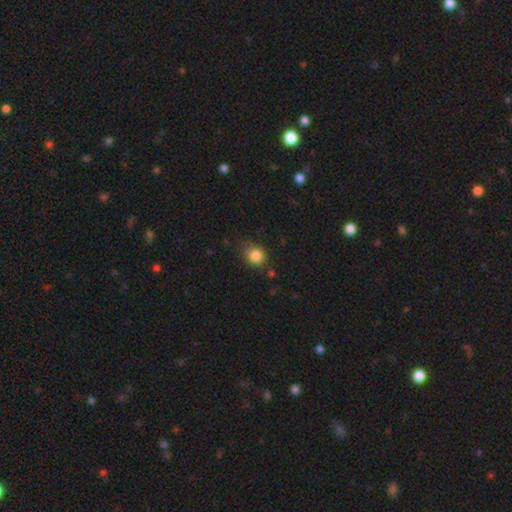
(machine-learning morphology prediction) Smooth or featured?
  - smooth: 85% *
  - star or artifact: 11%
  - featured or disk: 5%
How rounded?
  - round: 74% *
  - in between: 25%
  - cigar-shaped: 1%
Merging?
  - none: 71% *
  - minor disturbance: 22%
  - major disturbance: 5%
  - merger: 3%